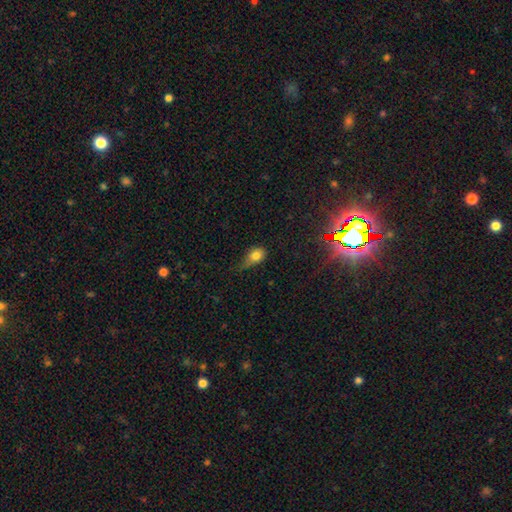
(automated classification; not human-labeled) This appears to be a smooth galaxy with no disk features (76%) that is in between round and cigar-shaped (74%). Merging: minor disturbance (43%).